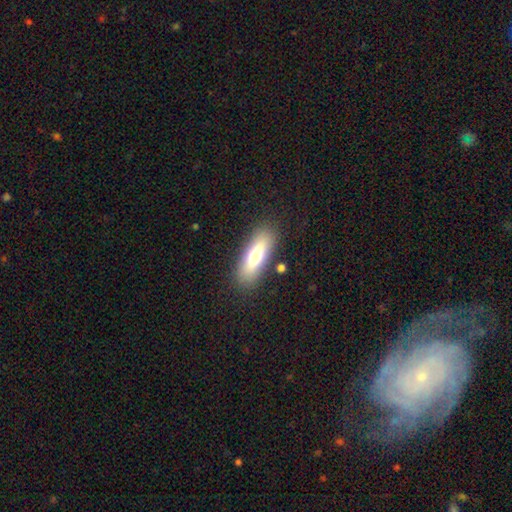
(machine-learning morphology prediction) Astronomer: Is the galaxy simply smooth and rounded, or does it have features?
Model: smooth — 66%.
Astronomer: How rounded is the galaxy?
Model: in between — 57% (runner-up: cigar-shaped, 41%).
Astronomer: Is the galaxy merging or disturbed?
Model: none — 85%.